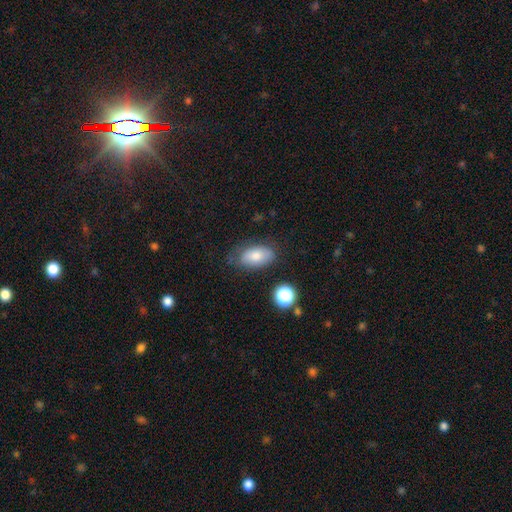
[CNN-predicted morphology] smooth_or_featured: smooth (p=0.75) [alt: featured or disk p=0.16]
how_rounded: in between (p=0.91) [alt: round p=0.07]
merging: none (p=0.72) [alt: minor disturbance p=0.20]